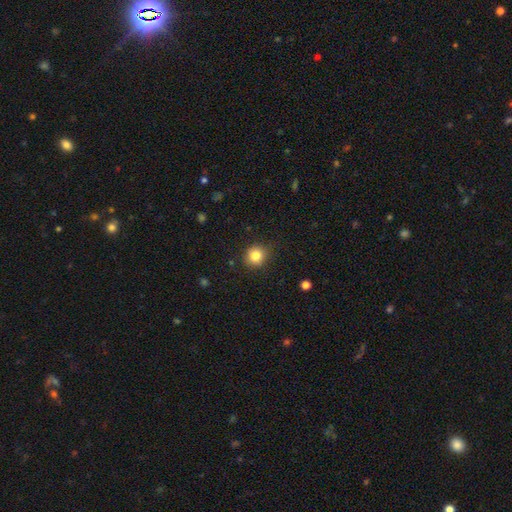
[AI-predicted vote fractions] smooth_or_featured: smooth (p=0.83) [alt: star or artifact p=0.11]
how_rounded: round (p=0.88) [alt: in between p=0.11]
merging: none (p=0.87) [alt: minor disturbance p=0.10]